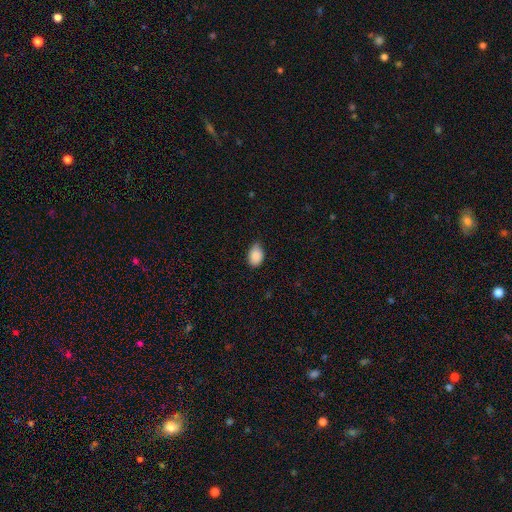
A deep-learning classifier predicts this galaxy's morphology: Smooth or featured: smooth — 88% (star or artifact — 8%)
How rounded: in between — 86% (round — 13%)
Merging: none — 67% (minor disturbance — 28%)